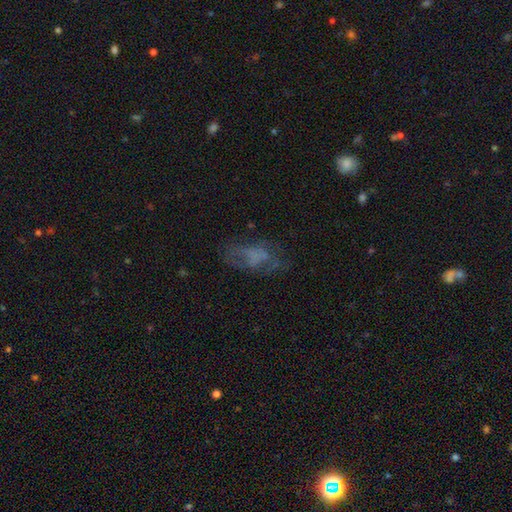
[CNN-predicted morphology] featured or disk 42%, smooth 41%, star or artifact 17%. Down the decision tree: merging — none (48%).